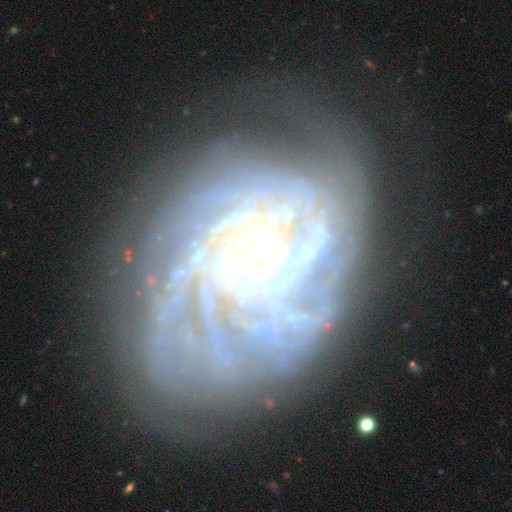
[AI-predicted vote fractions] The model was most divided on "spiral arm count": can't tell: 28%, more than 4: 26%, 4: 18%, 3: 11%, 2: 9%, 1: 7%. More confident: edge-on disk — no (97%); spiral arms — yes (95%); smooth or featured — featured or disk (85%); bulge size — small (78%); spiral winding — tight (74%); bar — no (70%); merging — none (65%).